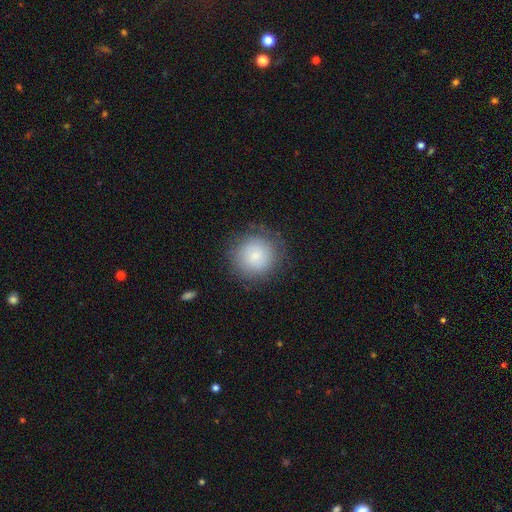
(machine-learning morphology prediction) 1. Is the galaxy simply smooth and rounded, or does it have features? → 78% smooth, 14% featured or disk, 8% star or artifact.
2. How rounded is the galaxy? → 93% round, 6% in between, 1% cigar-shaped.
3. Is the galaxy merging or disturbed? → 83% none, 12% minor disturbance, 4% major disturbance, 1% merger.